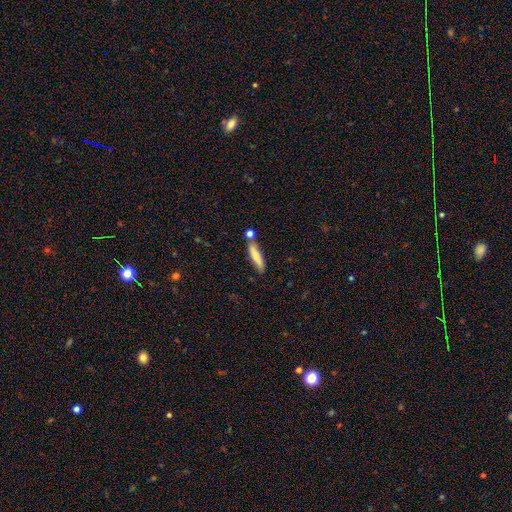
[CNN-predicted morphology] The model was most divided on "merging": none: 69%, minor disturbance: 15%, merger: 12%, major disturbance: 3%. More confident: how rounded — cigar-shaped (79%); smooth or featured — smooth (76%).